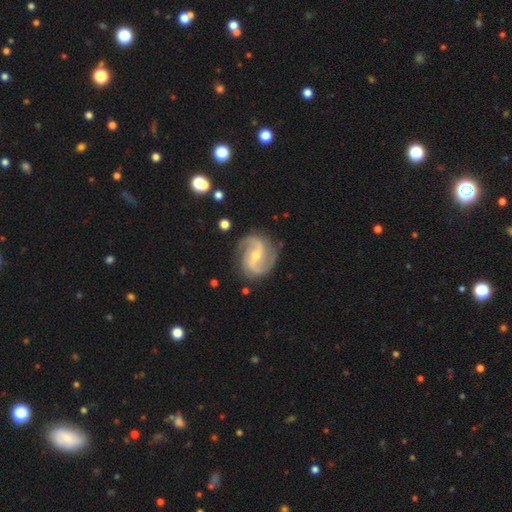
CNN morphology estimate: smooth_or_featured: featured or disk (p=0.91) [alt: smooth p=0.05]
disk_edge_on: no (p=0.98) [alt: yes p=0.02]
bar: weak (p=0.45) [alt: strong p=0.28]
has_spiral_arms: yes (p=0.98) [alt: no p=0.02]
spiral_winding: medium (p=0.53) [alt: loose p=0.28]
spiral_arm_count: 2 (p=0.83) [alt: 3 p=0.08]
bulge_size: small (p=0.54) [alt: moderate p=0.42]
merging: none (p=0.81) [alt: minor disturbance p=0.13]